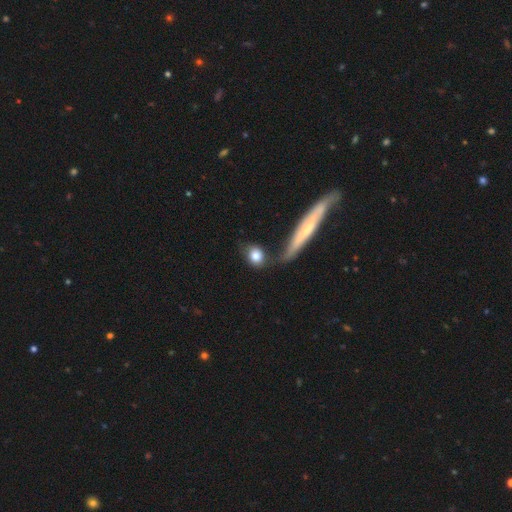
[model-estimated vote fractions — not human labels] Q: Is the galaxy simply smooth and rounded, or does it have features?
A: smooth — 81%.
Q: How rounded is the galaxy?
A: round — 55%.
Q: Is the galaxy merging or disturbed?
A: none — 61%.